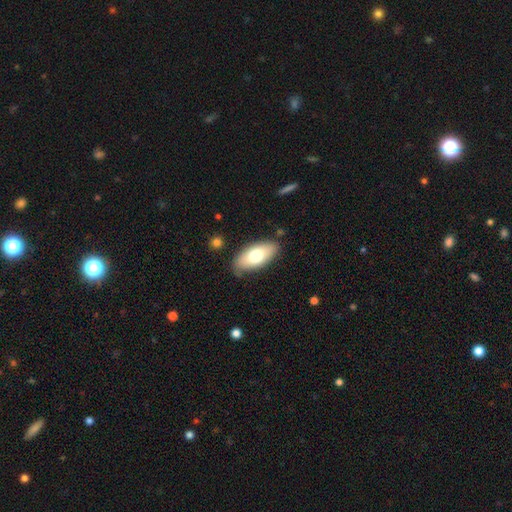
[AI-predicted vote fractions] A smooth galaxy with no disk features (71%) that is in between round and cigar-shaped (89%). Merging: none (81%).